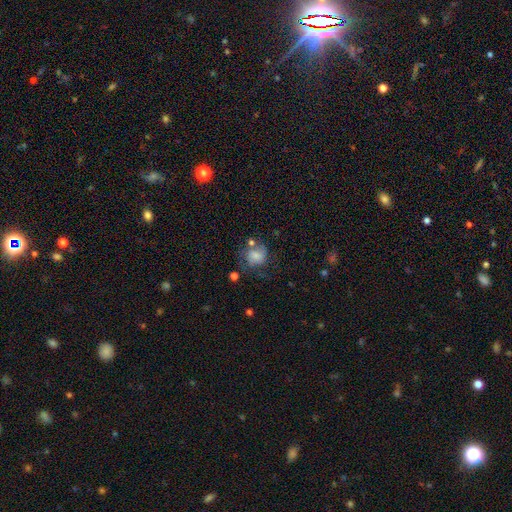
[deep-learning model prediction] smooth 59%, featured or disk 31%, star or artifact 11%. Down the decision tree: how rounded — round (70%); merging — none (48%).